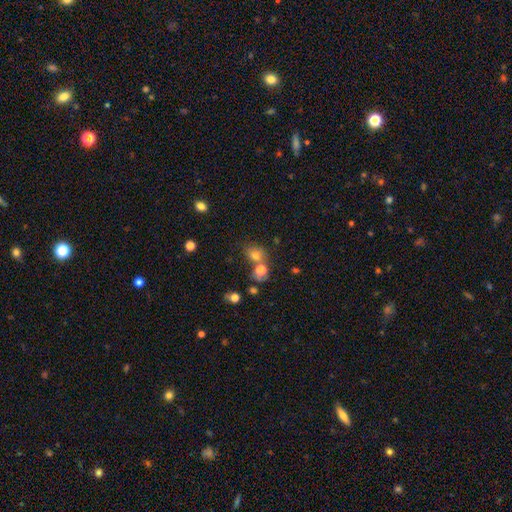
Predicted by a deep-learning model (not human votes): smooth 73%, star or artifact 15%, featured or disk 11%. Down the decision tree: how rounded — round (54%); merging — none (47%).